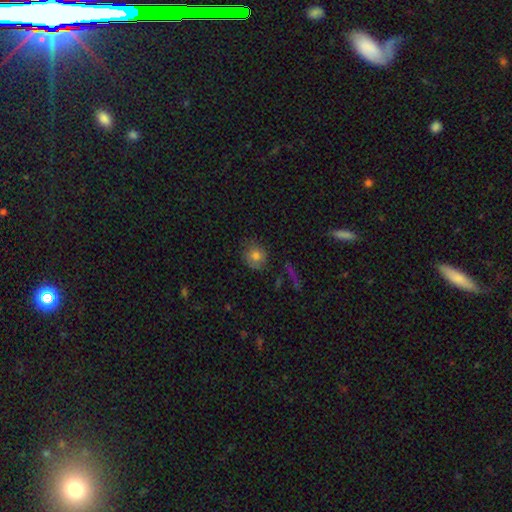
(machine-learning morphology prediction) Overall: smooth (78%). How rounded: round (85%). Merging: none (75%).